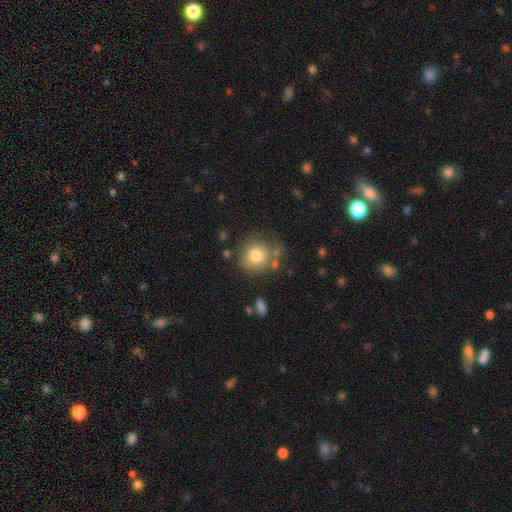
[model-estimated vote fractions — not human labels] Smooth or featured? Predicted: smooth (p=0.78). How rounded? Predicted: round (p=0.89). Merging? Predicted: none (p=0.72).